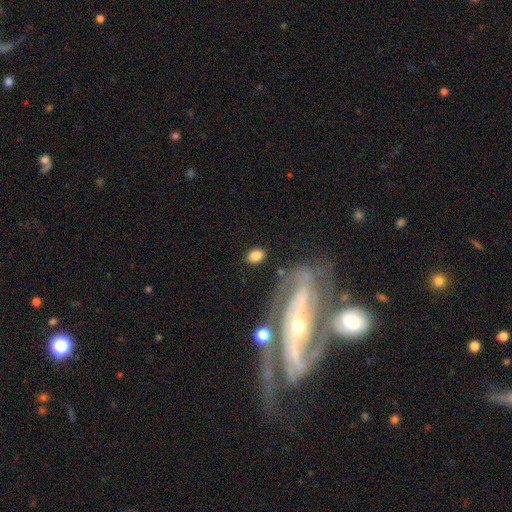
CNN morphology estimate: smooth-or-featured: smooth: 81% | featured or disk: 11% | star or artifact: 8%
  how-rounded: in between: 80% | round: 18% | cigar-shaped: 2%
  merging: none: 78% | minor disturbance: 12% | major disturbance: 6% | merger: 5%